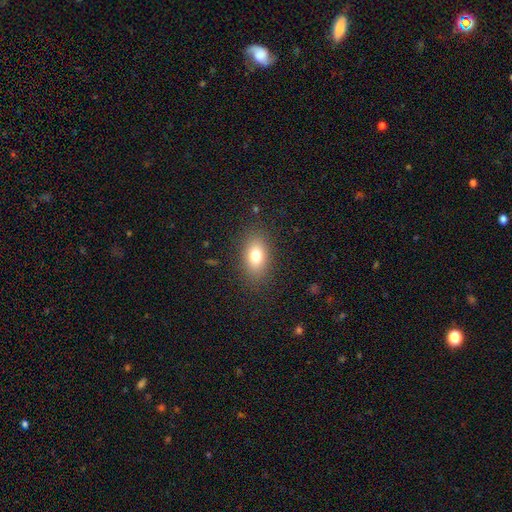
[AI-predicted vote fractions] Morphology: type=smooth (77%); roundness=in between (84%); merging=none (85%).